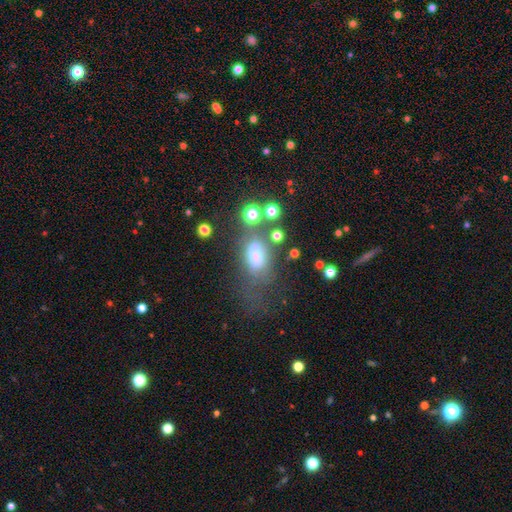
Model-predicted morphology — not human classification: Overall: smooth (55%; featured or disk 26%). How rounded: in between (76%). Merging: none (38%; major disturbance 23%).